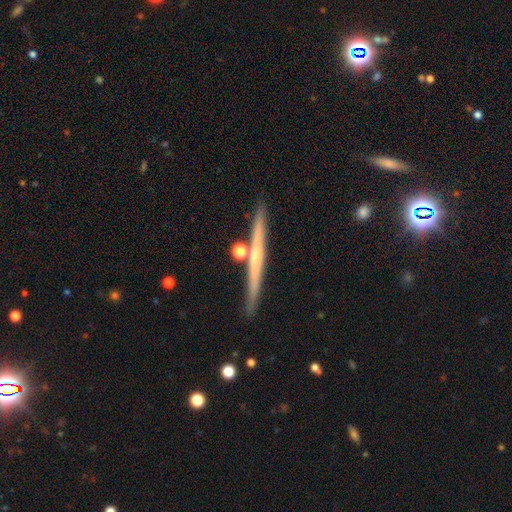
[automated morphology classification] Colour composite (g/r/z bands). It shows a featured or disk galaxy (59%) viewed edge-on (97%) with no central bulge (65%). Merging: none (84%).